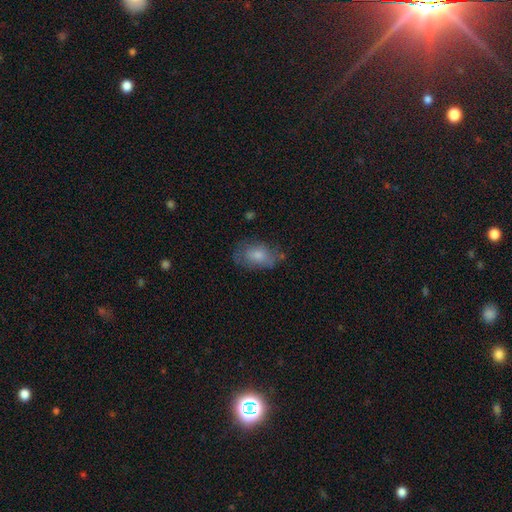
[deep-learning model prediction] smooth_or_featured: smooth (p=0.55) [alt: featured or disk p=0.32]
how_rounded: in between (p=0.84) [alt: round p=0.14]
merging: none (p=0.63) [alt: minor disturbance p=0.25]